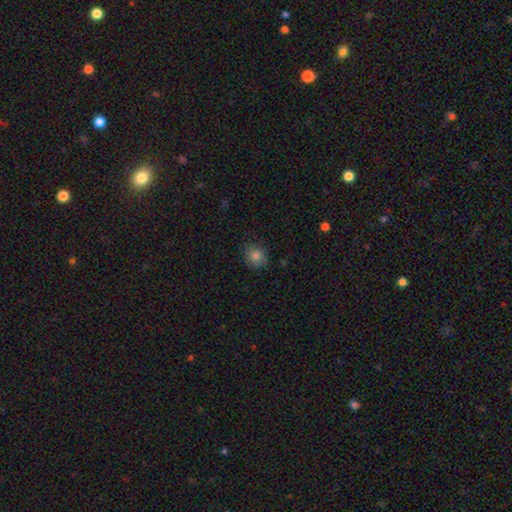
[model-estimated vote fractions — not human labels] A smooth galaxy with no disk features (82%) that is round (72%). Merging: none (82%).